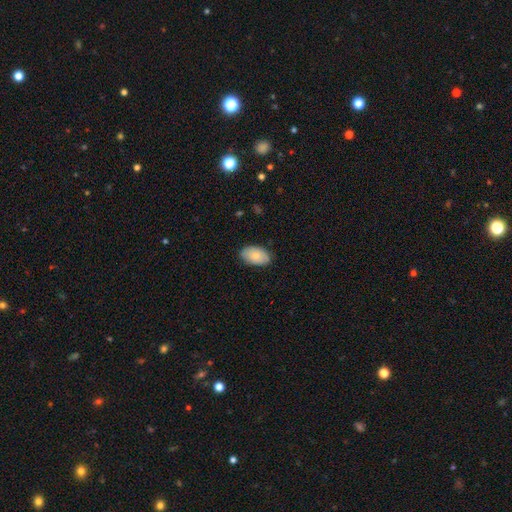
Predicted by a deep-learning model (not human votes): Smooth or featured? smooth (81%)
How rounded? in between (93%)
Merging? none (83%)